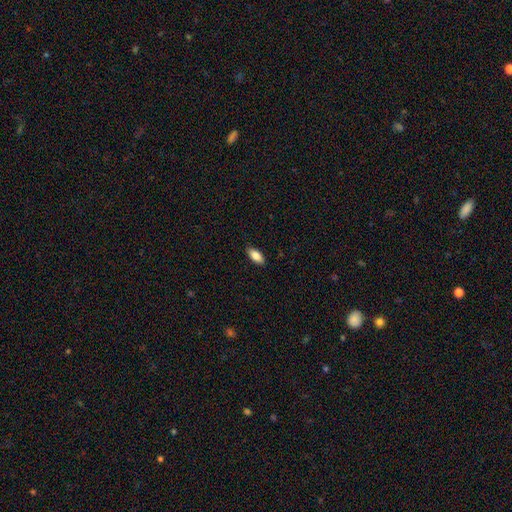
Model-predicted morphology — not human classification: Q: Smooth or featured?
A: smooth (84%); runner-up: featured or disk (9%)
Q: How rounded?
A: in between (85%); runner-up: cigar-shaped (12%)
Q: Merging?
A: none (89%); runner-up: minor disturbance (9%)